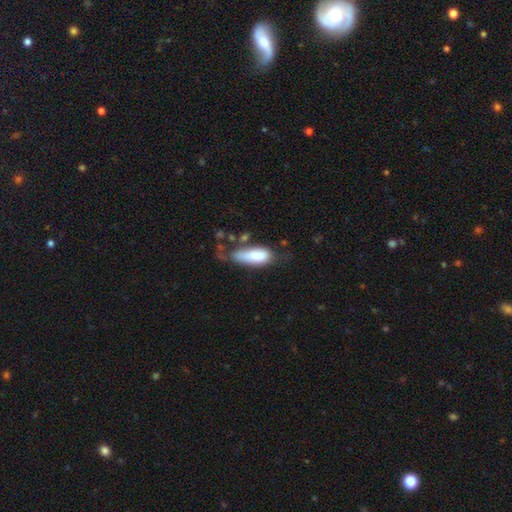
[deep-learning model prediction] This appears to be a smooth galaxy with no disk features (81%) that is in between round and cigar-shaped (71%). Merging: none (34%).